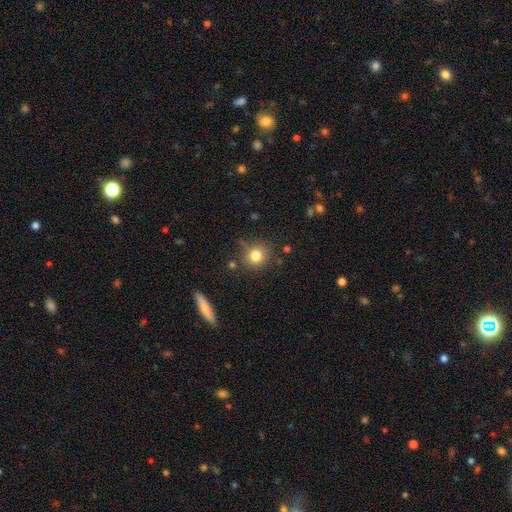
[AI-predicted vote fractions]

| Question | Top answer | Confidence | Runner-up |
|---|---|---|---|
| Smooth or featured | smooth | 80% | star or artifact (12%) |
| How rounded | round | 86% | in between (13%) |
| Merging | none | 79% | minor disturbance (13%) |